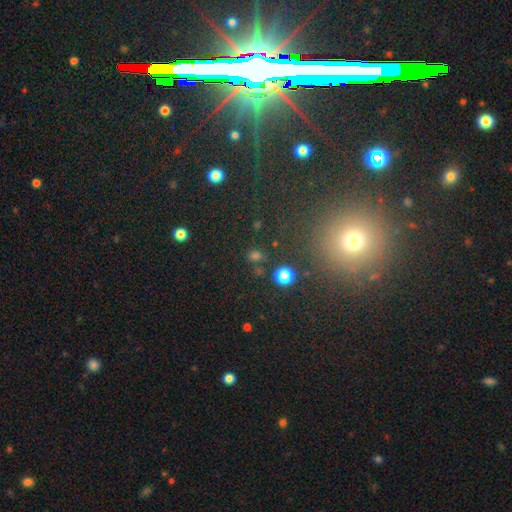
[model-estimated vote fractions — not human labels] Smooth or featured?
  - smooth: 63% *
  - star or artifact: 31%
  - featured or disk: 6%
How rounded?
  - round: 77% *
  - in between: 21%
  - cigar-shaped: 2%
Merging?
  - none: 82% *
  - minor disturbance: 8%
  - merger: 6%
  - major disturbance: 4%